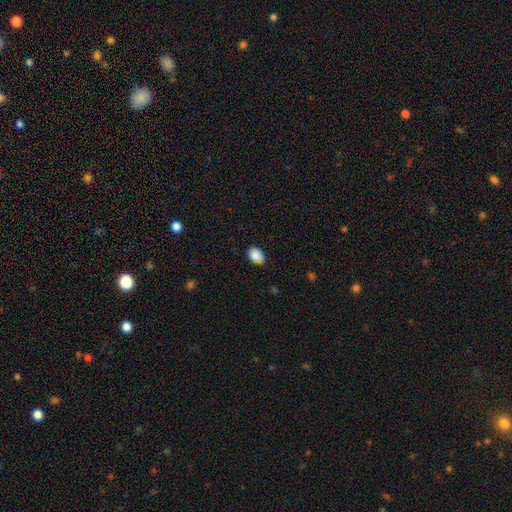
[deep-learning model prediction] Smooth or featured?
  - smooth: 87% *
  - star or artifact: 8%
  - featured or disk: 5%
How rounded?
  - in between: 77% *
  - round: 22%
  - cigar-shaped: 1%
Merging?
  - none: 73% *
  - minor disturbance: 22%
  - major disturbance: 3%
  - merger: 2%